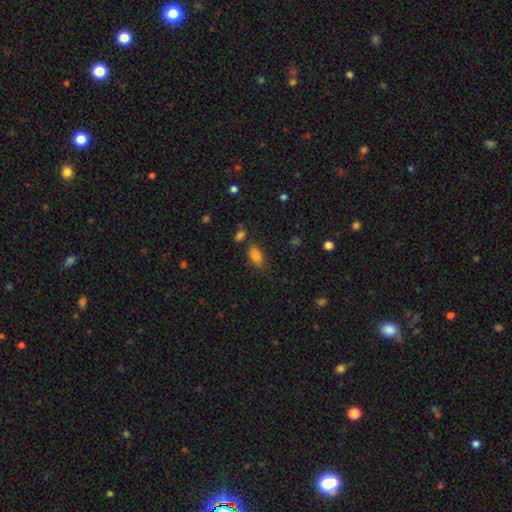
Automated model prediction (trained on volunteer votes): This is clearly a smooth galaxy (81%). How rounded: clearly in between (89%). Merging: likely none (68%).